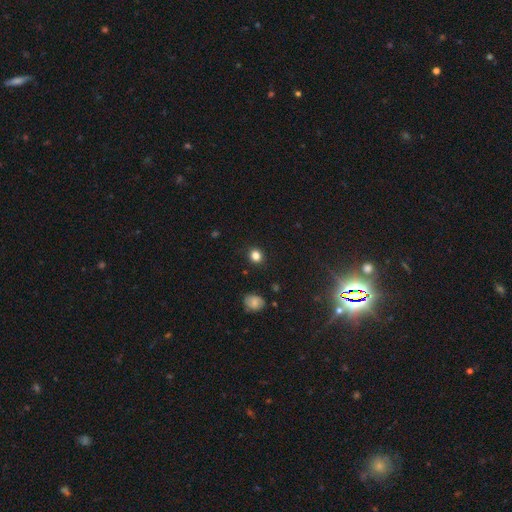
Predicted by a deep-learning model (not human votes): Smooth or featured? Predicted: smooth (p=0.82). How rounded? Predicted: round (p=0.84). Merging? Predicted: none (p=0.89).